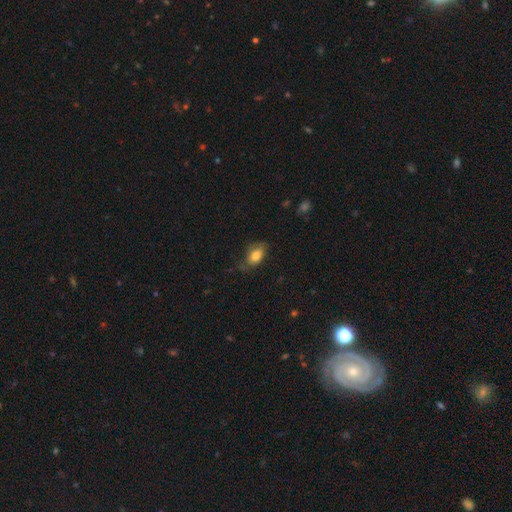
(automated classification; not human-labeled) A smooth galaxy with no disk features (79%) that is in between round and cigar-shaped (90%).

Vote fractions:
- Smooth or featured? smooth: 79% / featured or disk: 13% / star or artifact: 8%
- How rounded? in between: 90% / round: 7% / cigar-shaped: 3%
- Merging? none: 60% / minor disturbance: 28% / major disturbance: 10% / merger: 2%